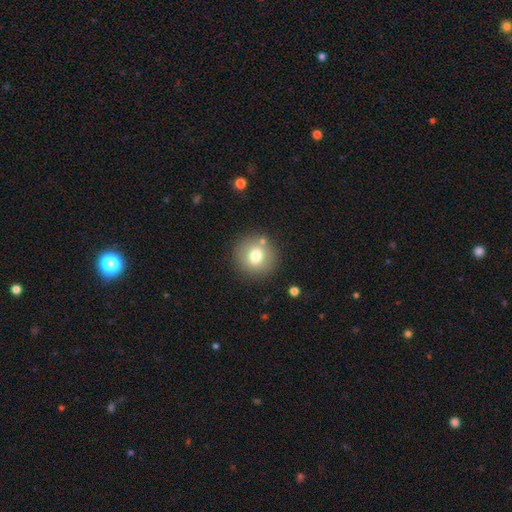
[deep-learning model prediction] Smooth or featured? smooth (74%)
How rounded? round (93%)
Merging? none (84%)